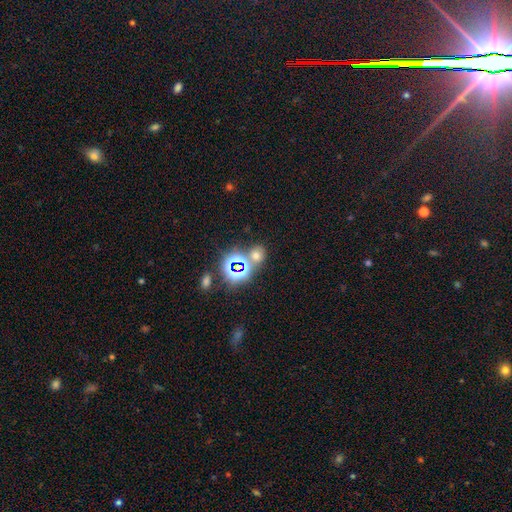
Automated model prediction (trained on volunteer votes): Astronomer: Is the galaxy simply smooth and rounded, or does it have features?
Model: smooth — 53% (runner-up: star or artifact, 40%).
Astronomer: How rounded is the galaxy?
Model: round — 66%.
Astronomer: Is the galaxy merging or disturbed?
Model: none — 67%.